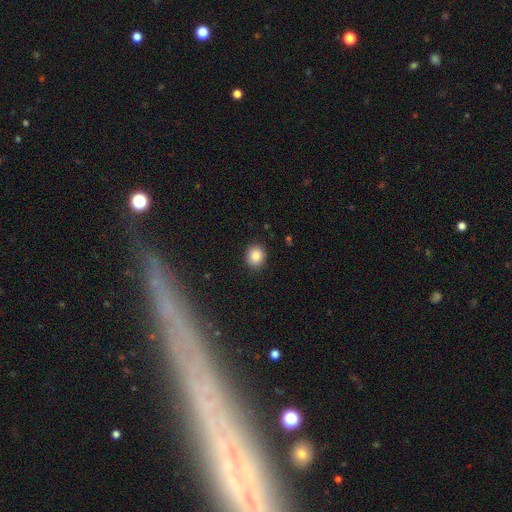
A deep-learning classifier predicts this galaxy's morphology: This appears to be a smooth galaxy with no disk features (86%) that is round (73%). Merging: none (90%).